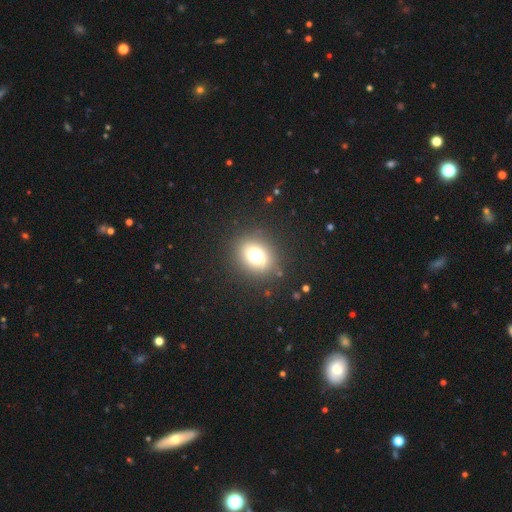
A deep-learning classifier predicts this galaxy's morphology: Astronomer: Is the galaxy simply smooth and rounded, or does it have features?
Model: smooth — 72%.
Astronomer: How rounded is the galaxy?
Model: round — 65%.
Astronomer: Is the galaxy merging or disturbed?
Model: none — 86%.